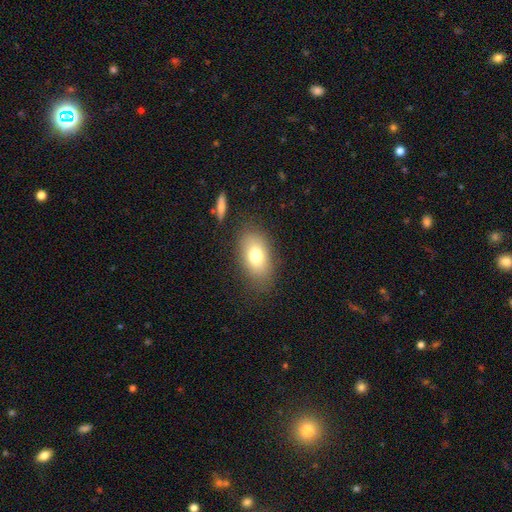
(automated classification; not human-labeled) smooth-or-featured: smooth: 74% | featured or disk: 16% | star or artifact: 10%
  how-rounded: in between: 87% | round: 11% | cigar-shaped: 2%
  merging: none: 78% | minor disturbance: 14% | major disturbance: 5% | merger: 3%